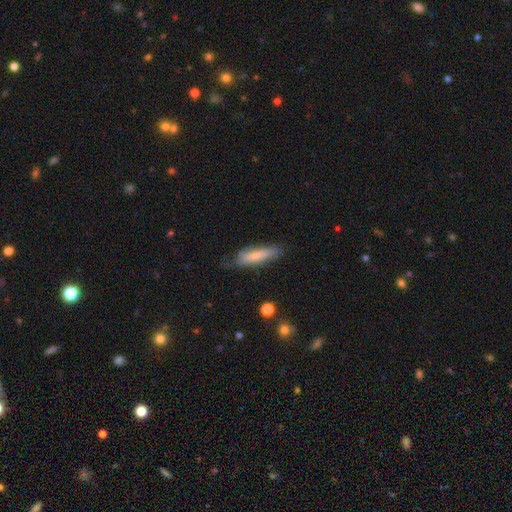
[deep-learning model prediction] Morphology: type=smooth (68%); roundness=cigar-shaped (64%); merging=none (58%).